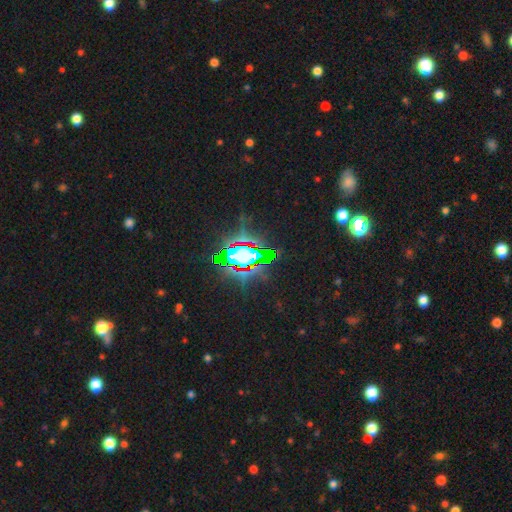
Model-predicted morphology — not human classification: Smooth or featured? star or artifact (82%)